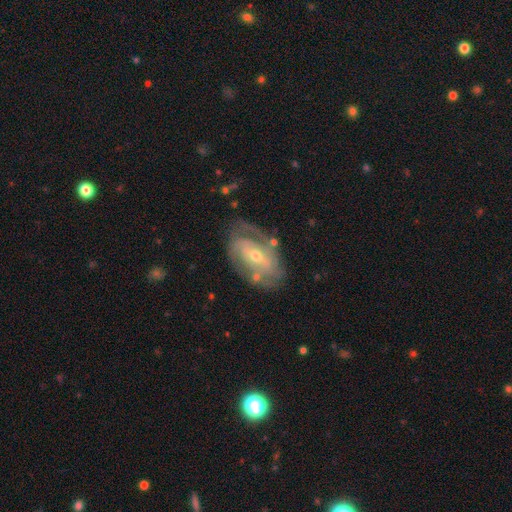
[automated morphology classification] Smooth or featured? featured or disk (82%)
Edge-on disk? no (95%)
Bar? weak (40%)
Spiral arms? yes (86%)
Spiral winding? tight (55%)
Spiral arm count? 2 (50%)
Bulge size? small (50%)
Merging? none (64%)